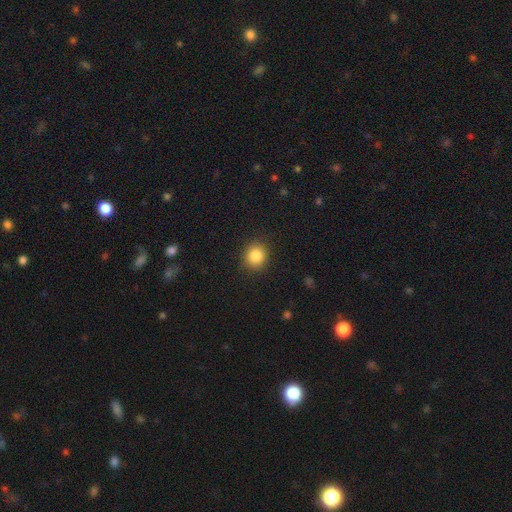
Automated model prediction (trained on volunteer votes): Q: Smooth or featured?
A: smooth (85%); runner-up: star or artifact (10%)
Q: How rounded?
A: round (85%); runner-up: in between (14%)
Q: Merging?
A: none (90%); runner-up: minor disturbance (7%)